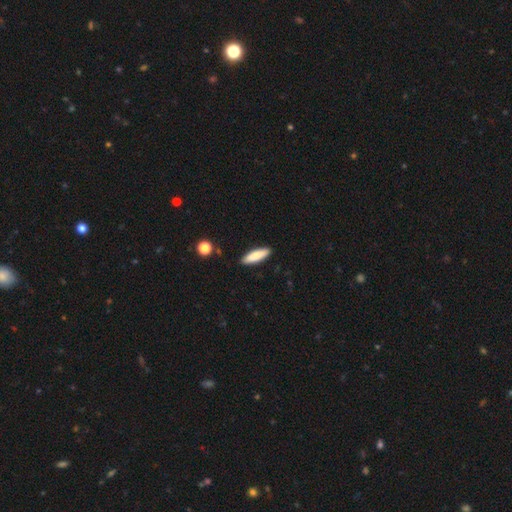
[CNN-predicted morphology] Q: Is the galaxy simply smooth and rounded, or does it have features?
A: smooth — 80%.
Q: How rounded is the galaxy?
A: cigar-shaped — 63%.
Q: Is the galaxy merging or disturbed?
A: none — 88%.